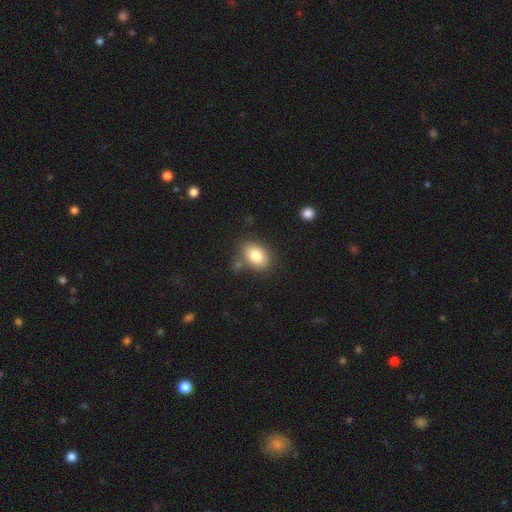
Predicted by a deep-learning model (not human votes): smooth 82%, featured or disk 10%, star or artifact 8%. Down the decision tree: how rounded — in between (78%); merging — none (74%).